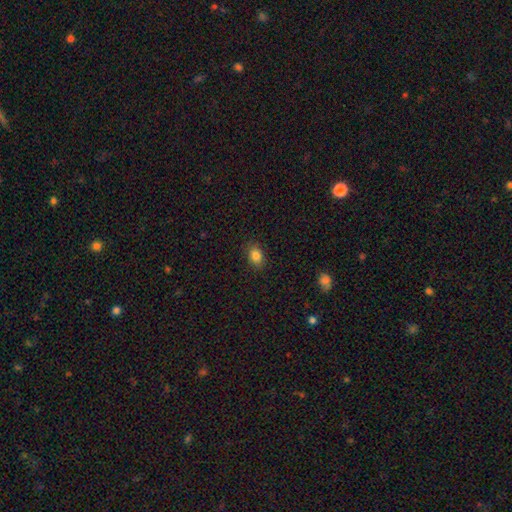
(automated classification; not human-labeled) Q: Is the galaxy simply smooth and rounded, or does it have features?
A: smooth — 85%.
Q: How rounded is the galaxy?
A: in between — 70%.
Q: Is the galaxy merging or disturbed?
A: none — 87%.